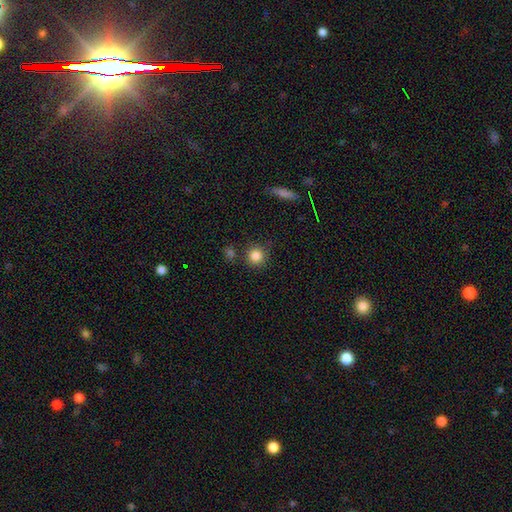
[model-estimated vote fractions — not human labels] Q: Smooth or featured?
A: smooth (85%); runner-up: star or artifact (11%)
Q: How rounded?
A: round (93%); runner-up: in between (6%)
Q: Merging?
A: none (81%); runner-up: minor disturbance (9%)